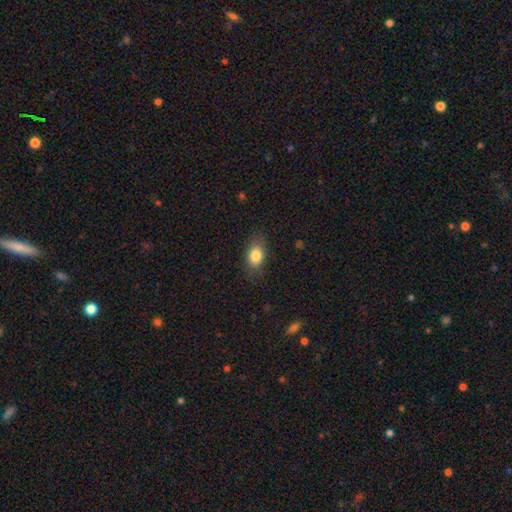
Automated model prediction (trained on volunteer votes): smooth 82%, featured or disk 10%, star or artifact 8%. Down the decision tree: how rounded — in between (83%); merging — none (81%).